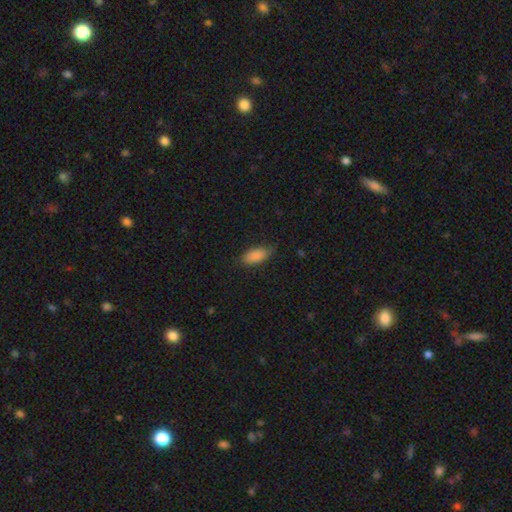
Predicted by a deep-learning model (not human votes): This is clearly a smooth galaxy (87%). How rounded: clearly in between (87%). Merging: likely none (75%).